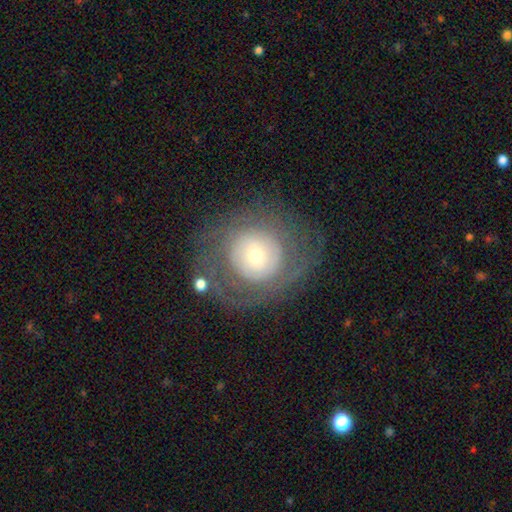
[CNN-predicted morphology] Smooth or featured: featured or disk — 58% (smooth — 34%)
Edge-on disk: no — 96% (yes — 4%)
Bar: no — 76% (weak — 18%)
Spiral arms: yes — 55% (no — 45%)
Bulge size: small — 49% (moderate — 39%)
Merging: none — 69% (minor disturbance — 15%)